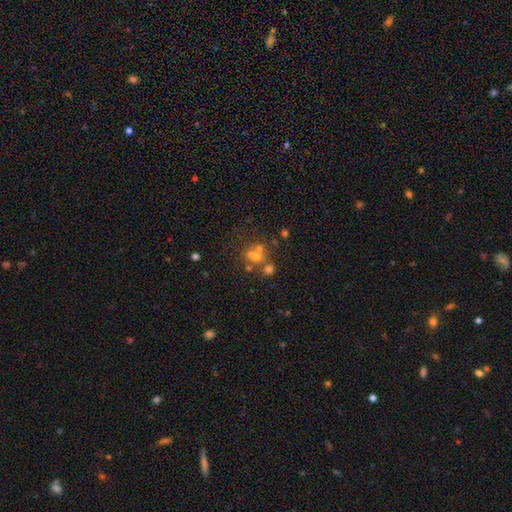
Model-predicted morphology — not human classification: The model was most divided on "merging": none: 44%, merger: 42%, minor disturbance: 8%, major disturbance: 6%. Remaining: smooth or featured — smooth (46%).